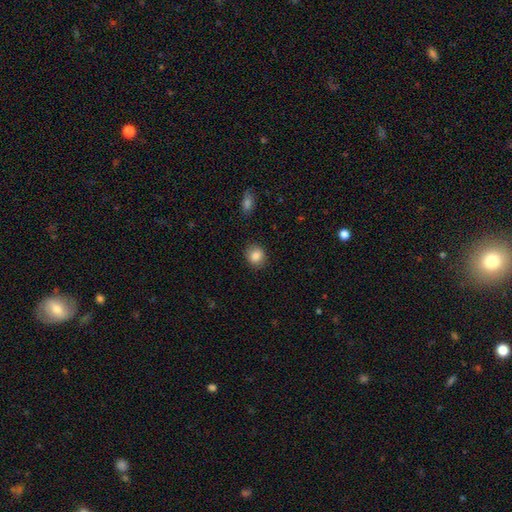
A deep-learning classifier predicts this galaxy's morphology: Smooth or featured?
  - smooth: 86% *
  - star or artifact: 9%
  - featured or disk: 5%
How rounded?
  - round: 79% *
  - in between: 20%
  - cigar-shaped: 1%
Merging?
  - none: 88% *
  - minor disturbance: 8%
  - major disturbance: 2%
  - merger: 1%